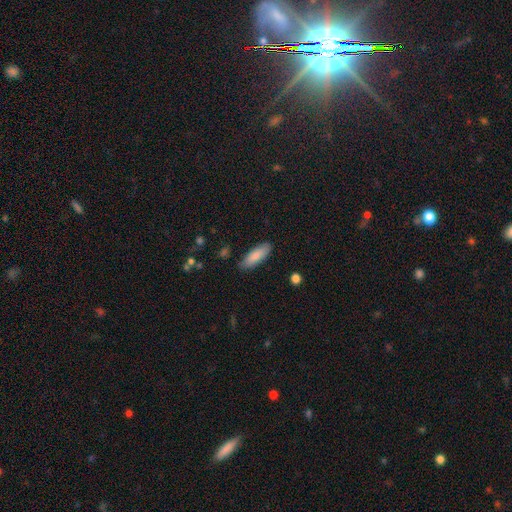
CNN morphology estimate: smooth_or_featured: smooth (p=0.86) [alt: featured or disk p=0.08]
how_rounded: in between (p=0.57) [alt: cigar-shaped p=0.41]
merging: none (p=0.85) [alt: minor disturbance p=0.11]